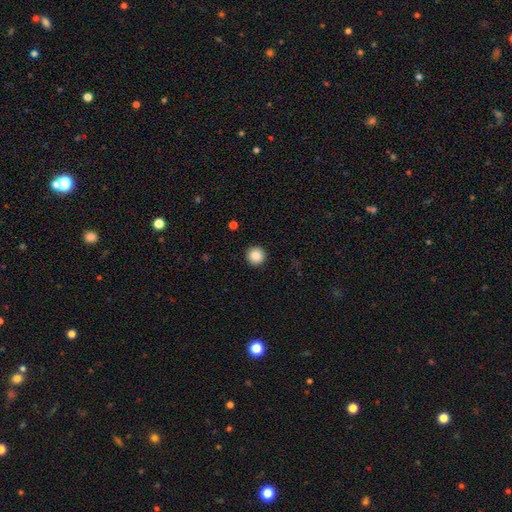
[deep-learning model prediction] Smooth or featured: smooth — 86% (star or artifact — 9%)
How rounded: round — 95% (in between — 4%)
Merging: none — 93% (minor disturbance — 5%)